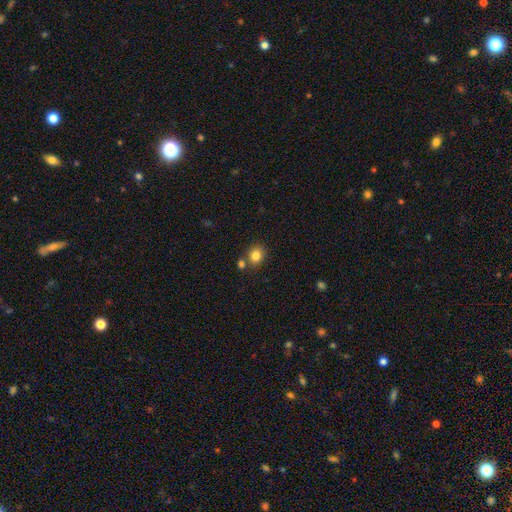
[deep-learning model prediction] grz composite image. It shows a smooth galaxy with no disk features (83%) that is round (71%). Merging: none (72%).